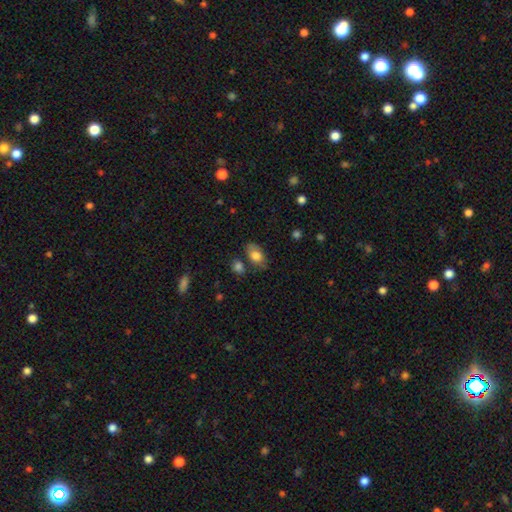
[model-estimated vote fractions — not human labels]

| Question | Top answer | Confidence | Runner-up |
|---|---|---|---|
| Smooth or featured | smooth | 76% | featured or disk (17%) |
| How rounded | in between | 89% | round (9%) |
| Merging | none | 67% | minor disturbance (19%) |